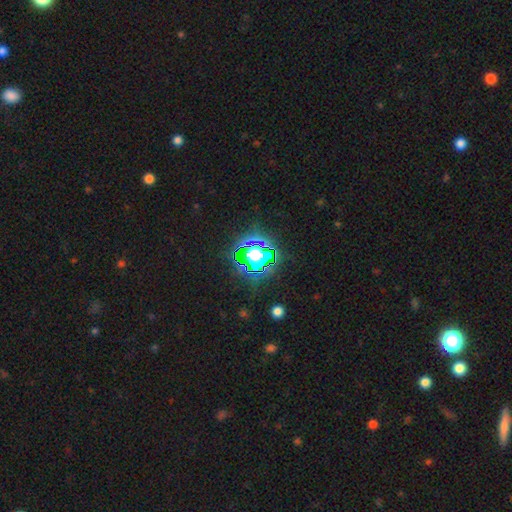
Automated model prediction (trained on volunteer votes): Smooth or featured: star or artifact — 56% (smooth — 26%)